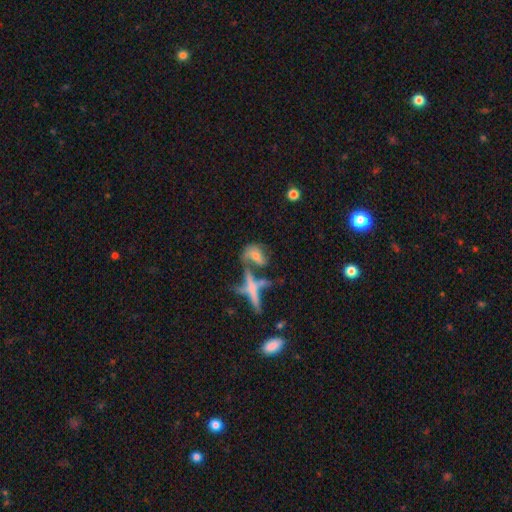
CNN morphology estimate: This appears to be a featured or disk galaxy (55%). Merging: merger (40%).